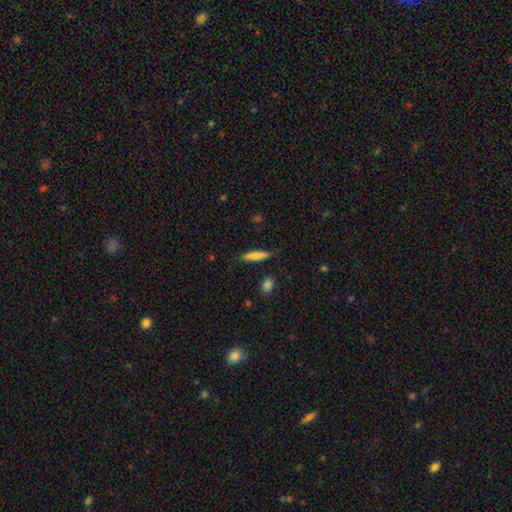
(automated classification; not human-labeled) Morphology: type=smooth (70%); roundness=cigar-shaped (86%); merging=none (83%).